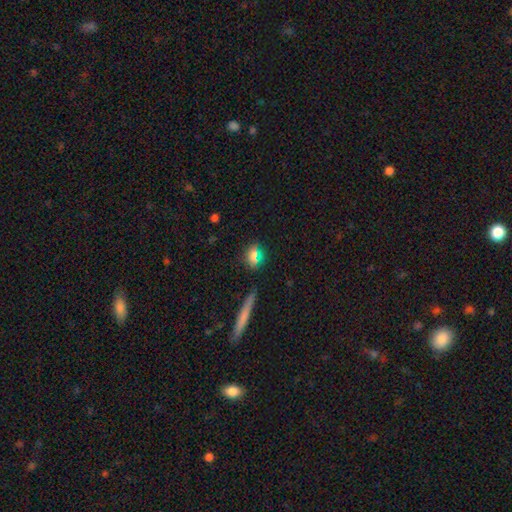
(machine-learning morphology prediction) A smooth galaxy with no disk features (69%) that is round (53%). Merging: none (83%).